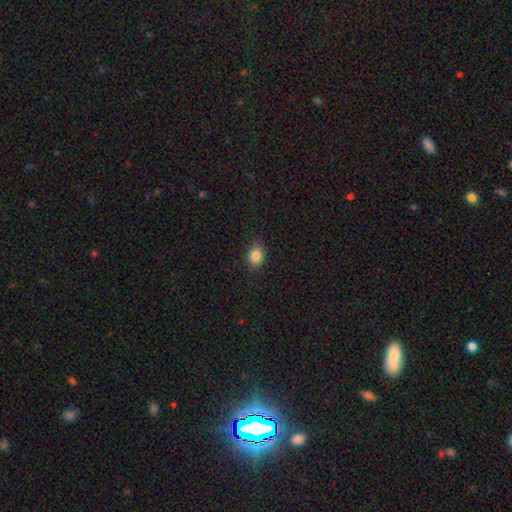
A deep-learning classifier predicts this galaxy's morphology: type=smooth (84%); roundness=in between (58%); merging=none (85%).